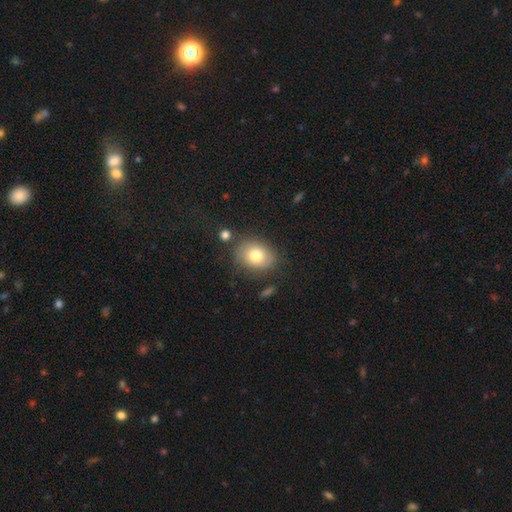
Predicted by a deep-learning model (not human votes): The model was most divided on "how rounded": in between: 58%, round: 41%, cigar-shaped: 1%. More confident: merging — none (76%); smooth or featured — smooth (75%).